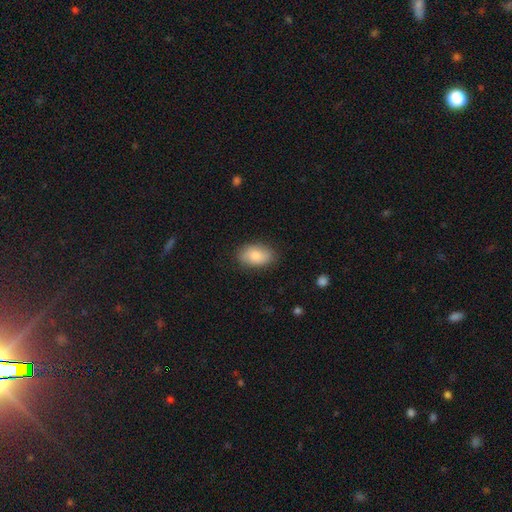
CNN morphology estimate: This is clearly a smooth galaxy (84%). How rounded: clearly in between (91%). Merging: clearly none (83%).